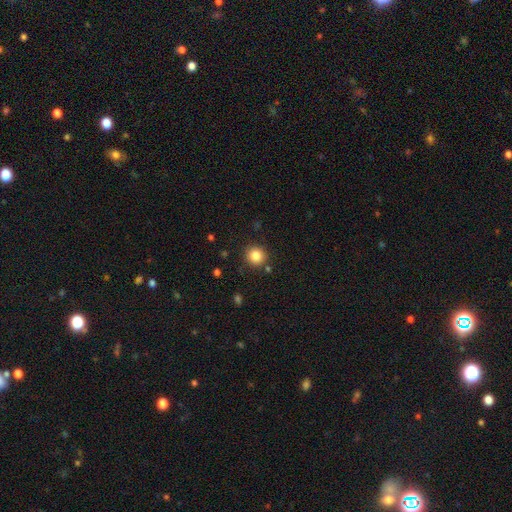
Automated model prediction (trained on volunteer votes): Smooth or featured? smooth (84%)
How rounded? round (91%)
Merging? none (89%)